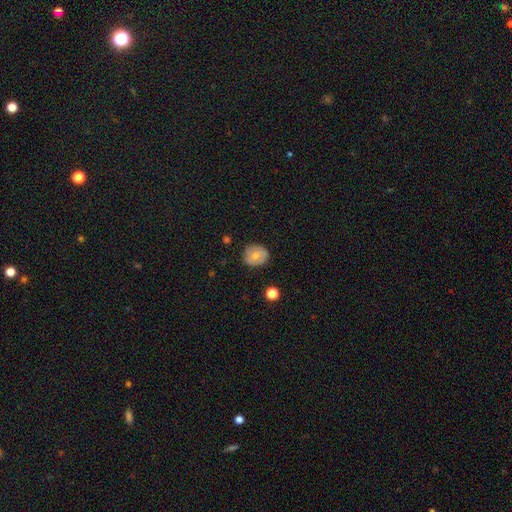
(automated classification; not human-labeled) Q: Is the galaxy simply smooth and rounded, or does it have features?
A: smooth — 66%.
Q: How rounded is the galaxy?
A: round — 78%.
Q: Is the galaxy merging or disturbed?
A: none — 82%.